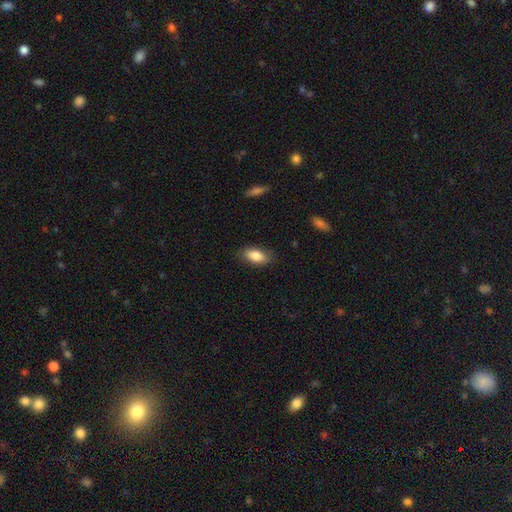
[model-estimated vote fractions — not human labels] Smooth or featured?
  - smooth: 83% *
  - featured or disk: 10%
  - star or artifact: 7%
How rounded?
  - in between: 88% *
  - cigar-shaped: 9%
  - round: 3%
Merging?
  - none: 85% *
  - minor disturbance: 12%
  - major disturbance: 3%
  - merger: 1%